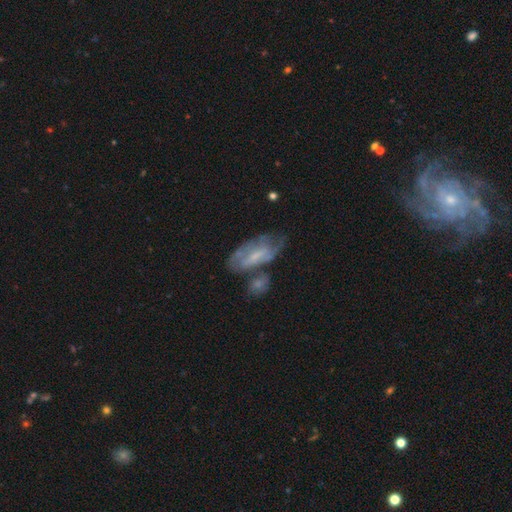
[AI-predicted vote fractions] smooth-or-featured: featured or disk: 63% | smooth: 29% | star or artifact: 8%
  disk-edge-on: no: 89% | yes: 11%
    bar: weak: 46% | no: 33% | strong: 21%
    has-spiral-arms: yes: 66% | no: 34%
    bulge-size: small: 48% | moderate: 25% | none: 22% | large: 3% | dominant: 1%
  merging: none: 43% | minor disturbance: 21% | merger: 21% | major disturbance: 14%